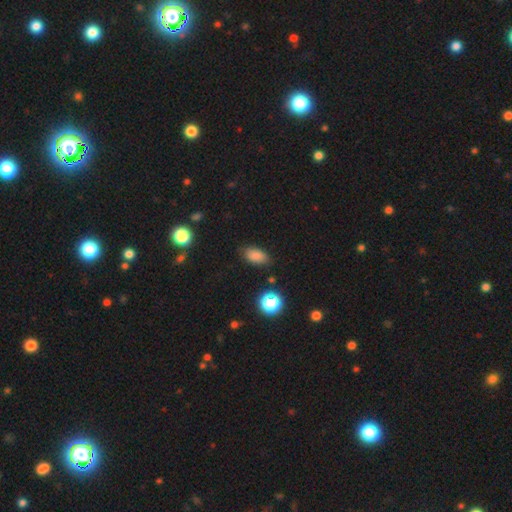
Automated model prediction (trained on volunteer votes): A smooth galaxy with no disk features (82%) that is in between round and cigar-shaped (89%).

Vote fractions:
- Smooth or featured? smooth: 82% / star or artifact: 13% / featured or disk: 5%
- How rounded? in between: 89% / round: 7% / cigar-shaped: 3%
- Merging? none: 81% / minor disturbance: 13% / major disturbance: 3% / merger: 2%